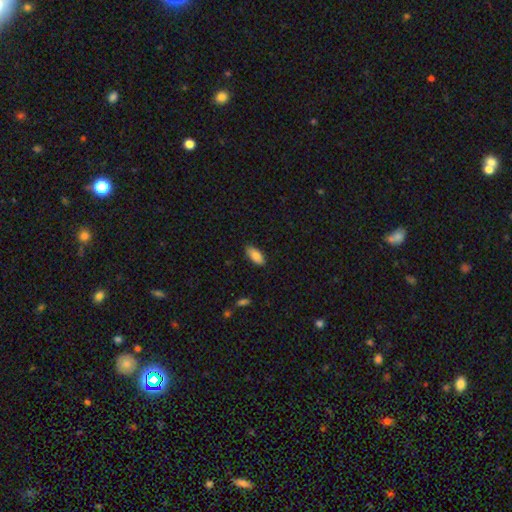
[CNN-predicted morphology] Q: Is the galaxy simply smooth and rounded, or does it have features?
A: smooth — 84%.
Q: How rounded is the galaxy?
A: in between — 86%.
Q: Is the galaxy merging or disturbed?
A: none — 86%.